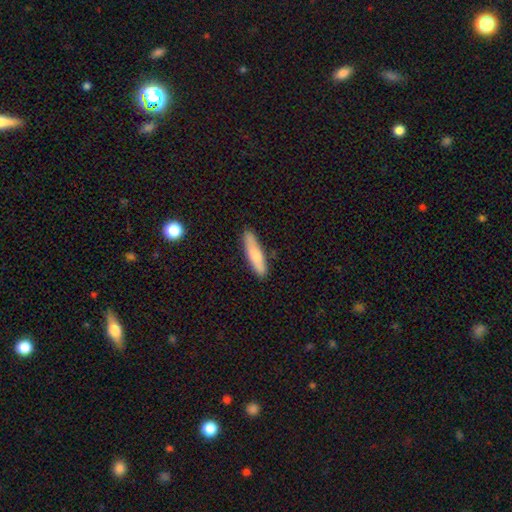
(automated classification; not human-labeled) Smooth or featured?
  - smooth: 73% *
  - featured or disk: 21%
  - star or artifact: 6%
How rounded?
  - cigar-shaped: 79% *
  - in between: 19%
  - round: 2%
Merging?
  - none: 85% *
  - minor disturbance: 12%
  - major disturbance: 2%
  - merger: 2%